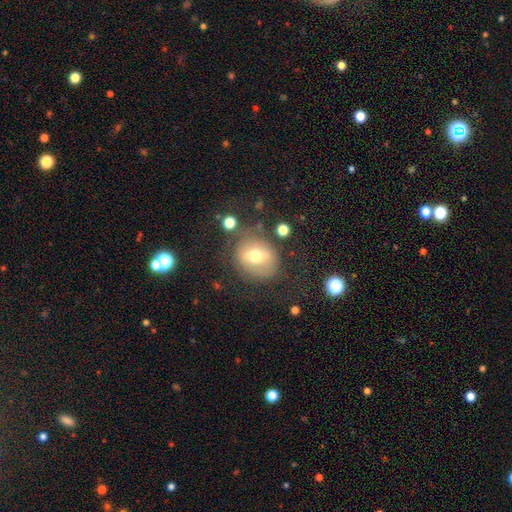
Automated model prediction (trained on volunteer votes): smooth-or-featured: smooth: 56% | featured or disk: 32% | star or artifact: 11%
  how-rounded: round: 70% | in between: 29% | cigar-shaped: 1%
  merging: none: 67% | minor disturbance: 18% | major disturbance: 12% | merger: 4%